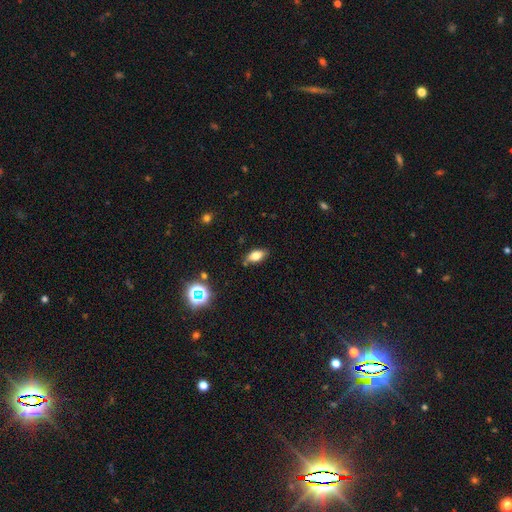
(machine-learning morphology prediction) smooth 74%, featured or disk 15%, star or artifact 11%. Down the decision tree: how rounded — in between (87%); merging — none (81%).